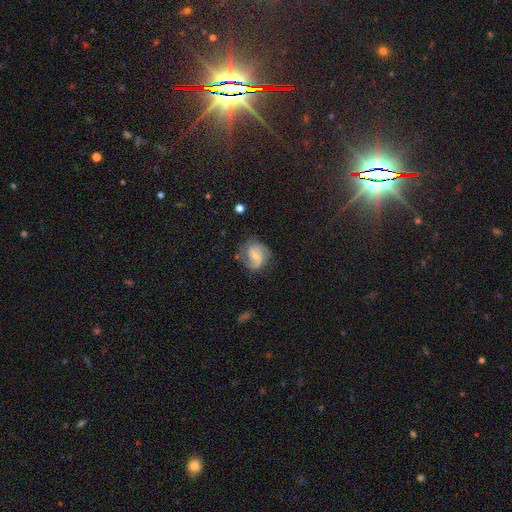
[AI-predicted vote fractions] A featured or disk galaxy (70%) with a weak bar (49%), 2 (72%) medium (46%) spiral arms (91%) and a small central bulge (59%). Merging: none (63%).